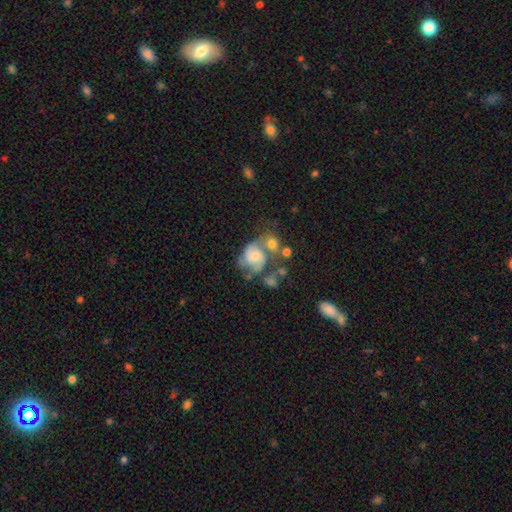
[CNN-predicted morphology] A featured or disk galaxy (65%) with no bar (67%), 2 (66%) medium (49%) spiral arms (85%) and a small central bulge (49%). Merging: merger (36%).